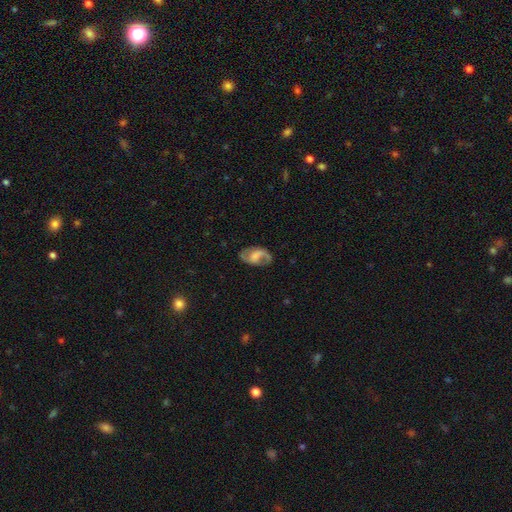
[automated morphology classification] A featured or disk galaxy (74%) with a weak bar (46%), 2 (87%) loose (45%) spiral arms (91%) and no central bulge (42%). Merging: none (73%).